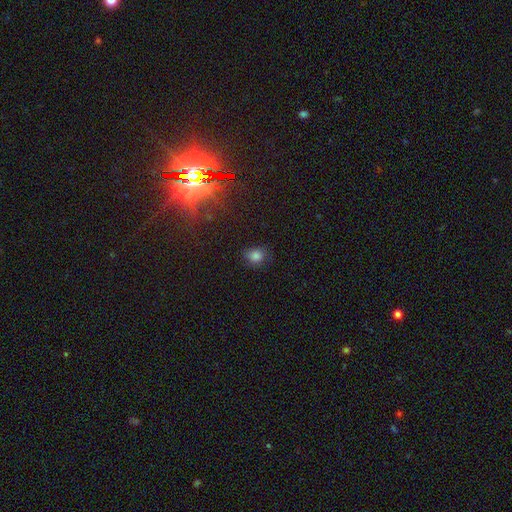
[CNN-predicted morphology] The model was most divided on "how rounded": round: 60%, in between: 39%, cigar-shaped: 1%. More confident: smooth or featured — smooth (79%); merging — none (72%).